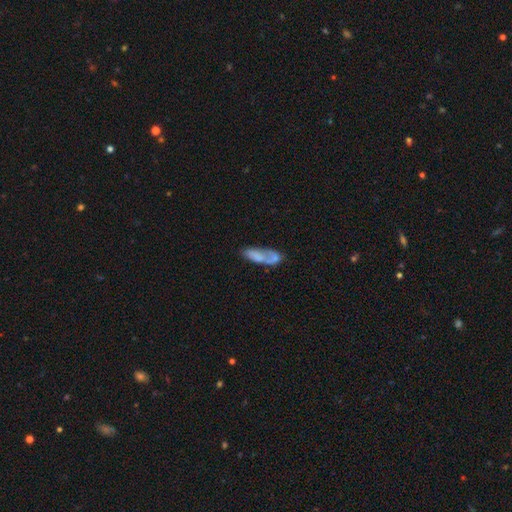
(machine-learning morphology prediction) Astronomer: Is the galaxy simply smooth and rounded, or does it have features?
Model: smooth — 53% (runner-up: featured or disk, 36%).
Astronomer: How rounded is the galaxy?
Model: in between — 55% (runner-up: cigar-shaped, 41%).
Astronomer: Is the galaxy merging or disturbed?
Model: none — 38% (runner-up: merger, 29%).